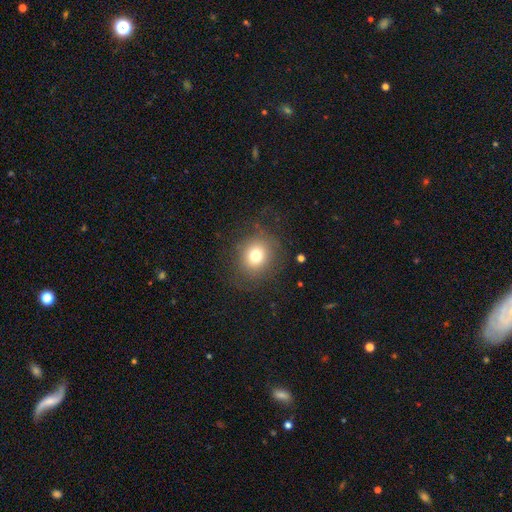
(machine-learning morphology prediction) Smooth or featured? Predicted: smooth (p=0.74). How rounded? Predicted: round (p=0.78). Merging? Predicted: none (p=0.80).